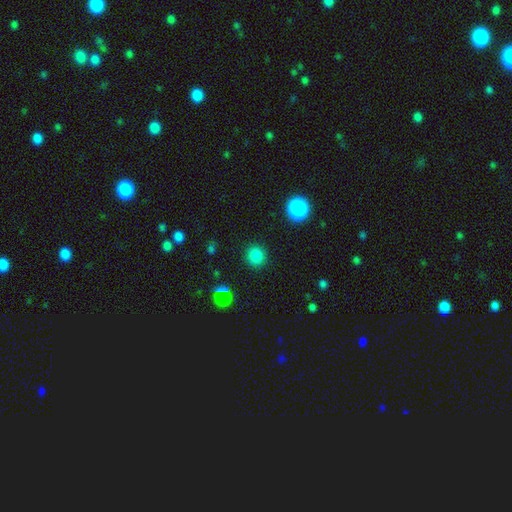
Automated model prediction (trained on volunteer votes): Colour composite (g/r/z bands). It shows a smooth galaxy with no disk features (83%) that is round (88%). Merging: none (90%).